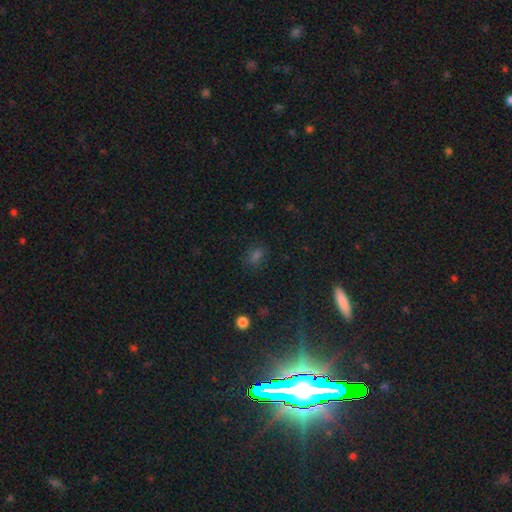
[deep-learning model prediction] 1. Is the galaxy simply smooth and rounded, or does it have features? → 57% smooth, 33% star or artifact, 10% featured or disk.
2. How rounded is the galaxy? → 64% in between, 31% round, 5% cigar-shaped.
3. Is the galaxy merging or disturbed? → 79% none, 14% minor disturbance, 5% major disturbance, 2% merger.